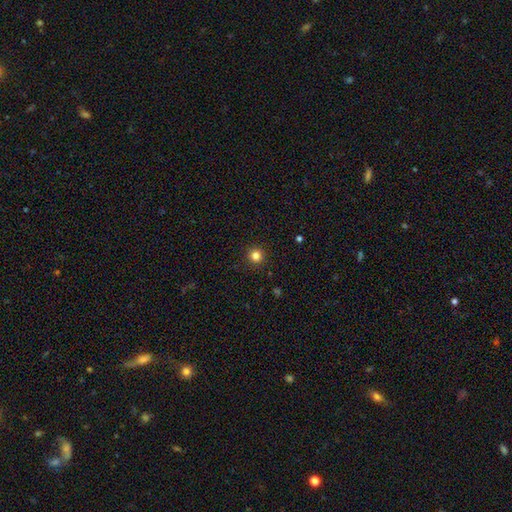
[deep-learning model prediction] The model was most divided on "smooth or featured": smooth: 82%, star or artifact: 14%, featured or disk: 4%. More confident: how rounded — round (95%); merging — none (92%).